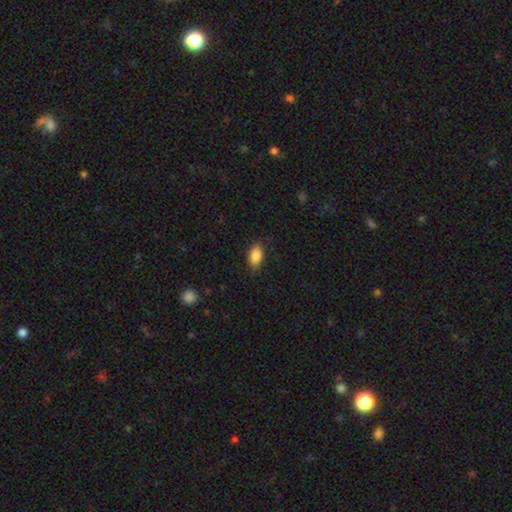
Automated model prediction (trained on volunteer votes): Smooth or featured: smooth — 86% (star or artifact — 8%)
How rounded: in between — 89% (round — 7%)
Merging: none — 82% (minor disturbance — 14%)